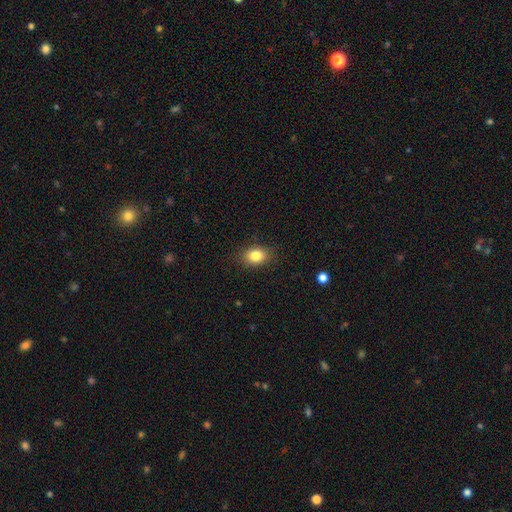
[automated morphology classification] Smooth or featured?
  - smooth: 83% *
  - star or artifact: 10%
  - featured or disk: 7%
How rounded?
  - in between: 65% *
  - round: 34%
  - cigar-shaped: 1%
Merging?
  - none: 85% *
  - minor disturbance: 11%
  - major disturbance: 3%
  - merger: 1%